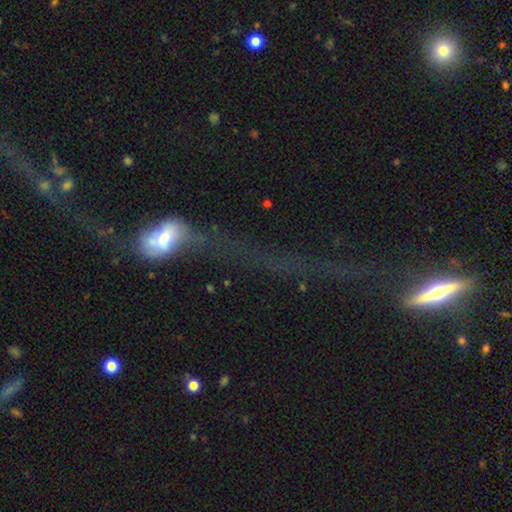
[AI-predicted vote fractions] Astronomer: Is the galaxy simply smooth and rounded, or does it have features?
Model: featured or disk — 58%.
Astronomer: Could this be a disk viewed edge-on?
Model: no — 56% (runner-up: yes, 44%).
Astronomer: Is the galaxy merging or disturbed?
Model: major disturbance — 45% (runner-up: none, 25%).